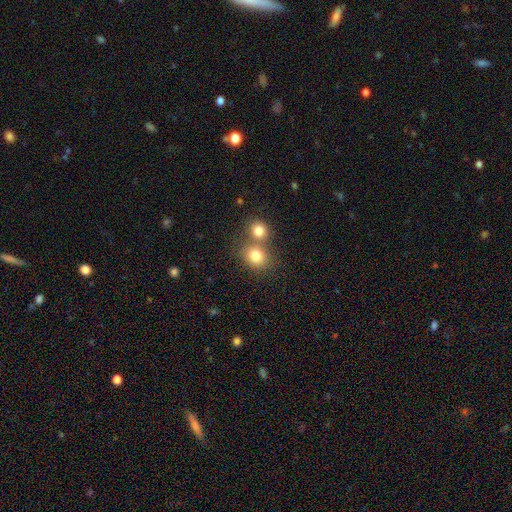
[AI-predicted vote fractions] This is likely a smooth galaxy (80%). How rounded: likely round (72%). Merging: possibly none (49%).